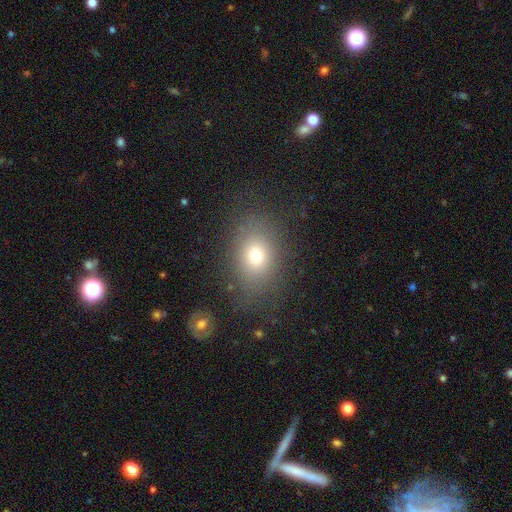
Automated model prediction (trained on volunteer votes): smooth_or_featured: smooth (p=0.71) [alt: star or artifact p=0.15]
how_rounded: in between (p=0.65) [alt: round p=0.33]
merging: none (p=0.78) [alt: minor disturbance p=0.13]